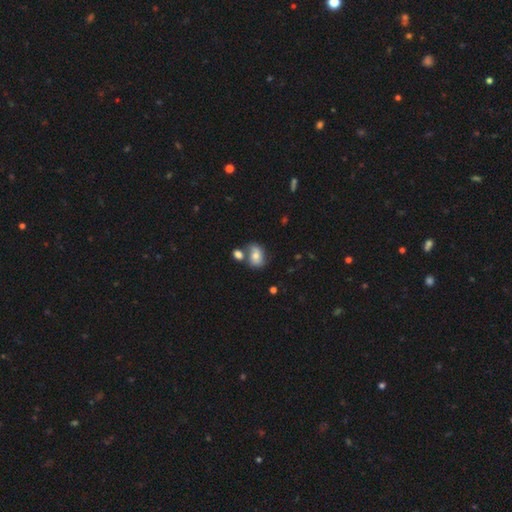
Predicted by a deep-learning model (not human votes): Smooth or featured? Predicted: smooth (p=0.61). How rounded? Predicted: in between (p=0.66). Merging? Predicted: none (p=0.47).